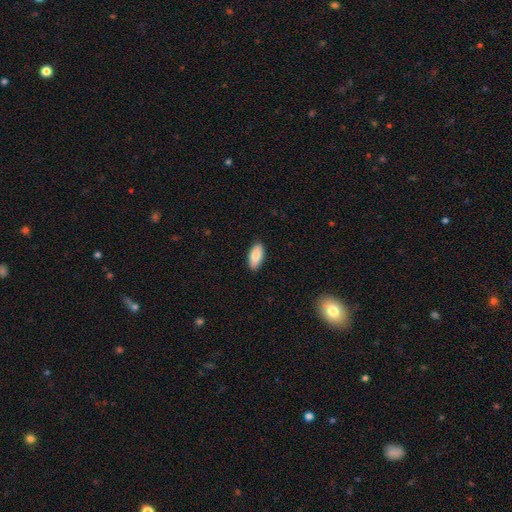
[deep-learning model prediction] Morphology: type=smooth (87%); roundness=in between (88%); merging=none (89%).